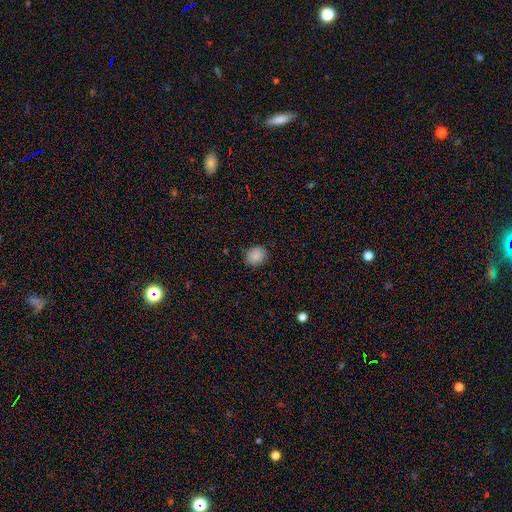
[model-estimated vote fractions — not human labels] Smooth or featured?
  - smooth: 86% *
  - star or artifact: 9%
  - featured or disk: 5%
How rounded?
  - round: 65% *
  - in between: 34%
  - cigar-shaped: 1%
Merging?
  - none: 86% *
  - minor disturbance: 11%
  - major disturbance: 2%
  - merger: 1%